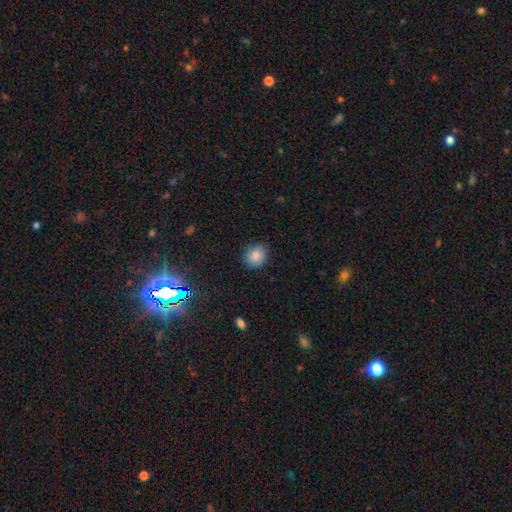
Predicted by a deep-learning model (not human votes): Overall: smooth (85%). How rounded: round (72%). Merging: none (83%).